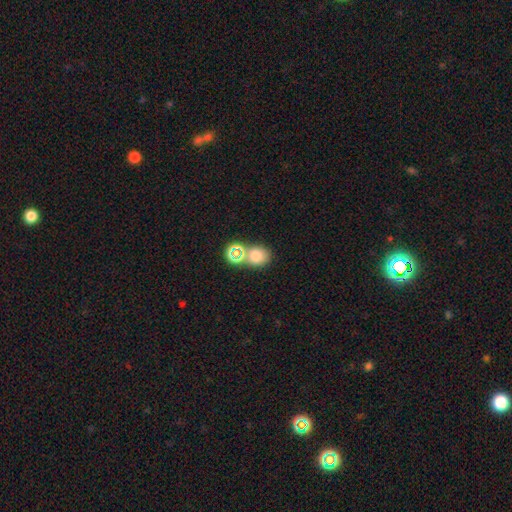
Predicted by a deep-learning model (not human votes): smooth_or_featured: smooth (p=0.70) [alt: star or artifact p=0.20]
how_rounded: round (p=0.54) [alt: in between p=0.45]
merging: none (p=0.57) [alt: merger p=0.28]